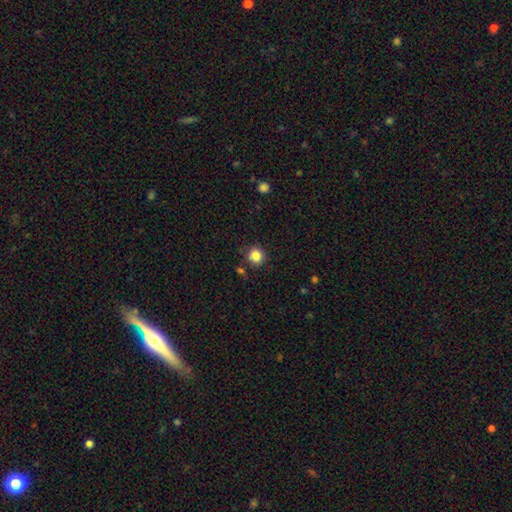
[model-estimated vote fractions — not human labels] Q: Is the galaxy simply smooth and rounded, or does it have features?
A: smooth — 84%.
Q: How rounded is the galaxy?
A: round — 89%.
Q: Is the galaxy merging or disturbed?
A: none — 84%.